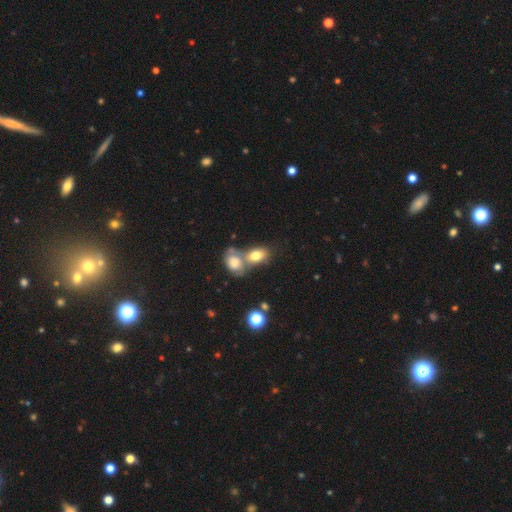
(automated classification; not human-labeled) Smooth or featured? smooth (75%)
How rounded? in between (82%)
Merging? merger (55%)